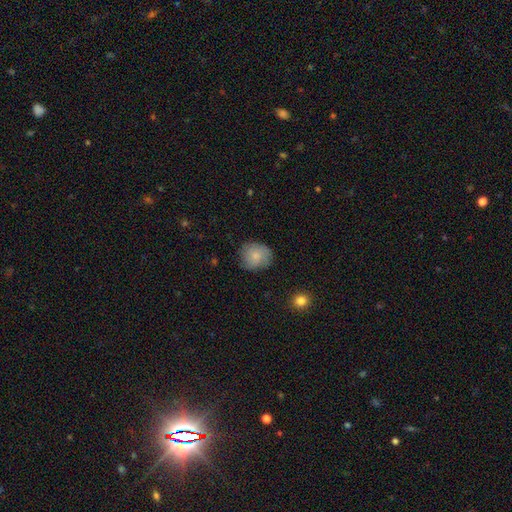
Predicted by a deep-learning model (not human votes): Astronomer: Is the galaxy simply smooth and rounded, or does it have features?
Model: smooth — 78%.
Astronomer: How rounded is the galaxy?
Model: round — 82%.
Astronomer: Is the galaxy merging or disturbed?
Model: none — 75%.